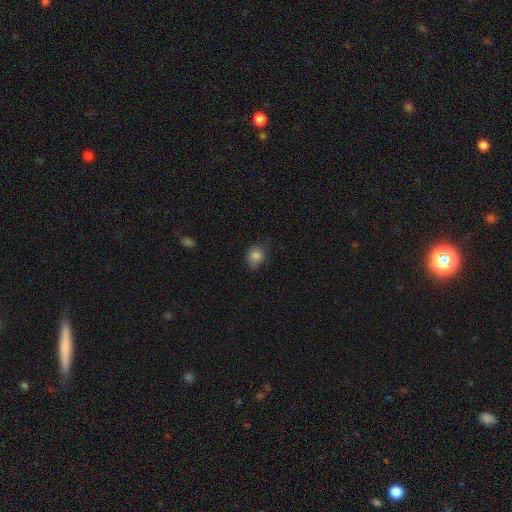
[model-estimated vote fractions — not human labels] Smooth or featured?
  - smooth: 80% *
  - star or artifact: 10%
  - featured or disk: 9%
How rounded?
  - round: 62% *
  - in between: 37%
  - cigar-shaped: 1%
Merging?
  - none: 58% *
  - minor disturbance: 31%
  - major disturbance: 9%
  - merger: 1%